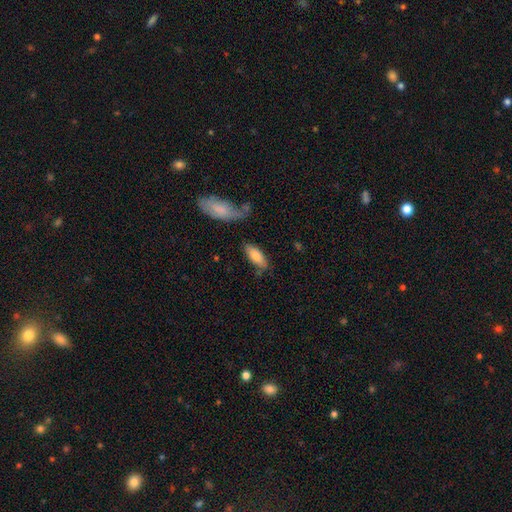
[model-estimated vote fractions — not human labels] A smooth galaxy with no disk features (77%) that is in between round and cigar-shaped (74%).

Vote fractions:
- Smooth or featured? smooth: 77% / featured or disk: 16% / star or artifact: 6%
- How rounded? in between: 74% / cigar-shaped: 24% / round: 2%
- Merging? none: 70% / minor disturbance: 19% / merger: 6% / major disturbance: 5%